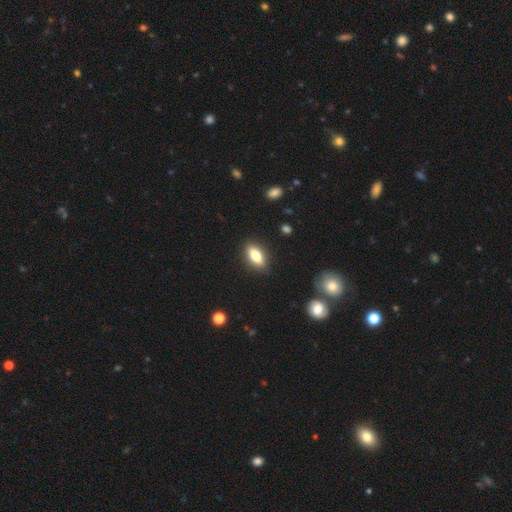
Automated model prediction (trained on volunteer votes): Smooth or featured: smooth — 73% (featured or disk — 18%)
How rounded: in between — 79% (cigar-shaped — 16%)
Merging: none — 88% (minor disturbance — 9%)